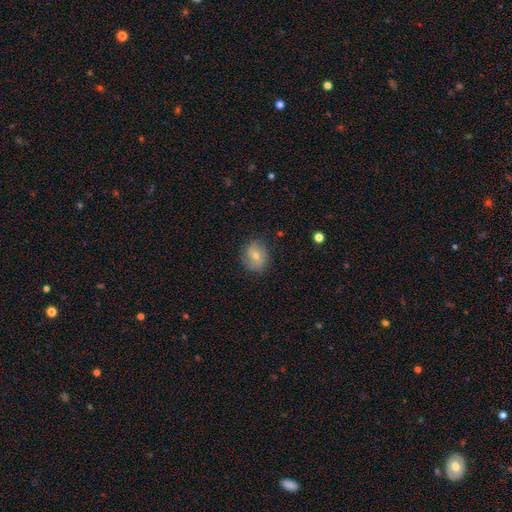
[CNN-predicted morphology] A smooth galaxy with no disk features (50%). Merging: none (83%).